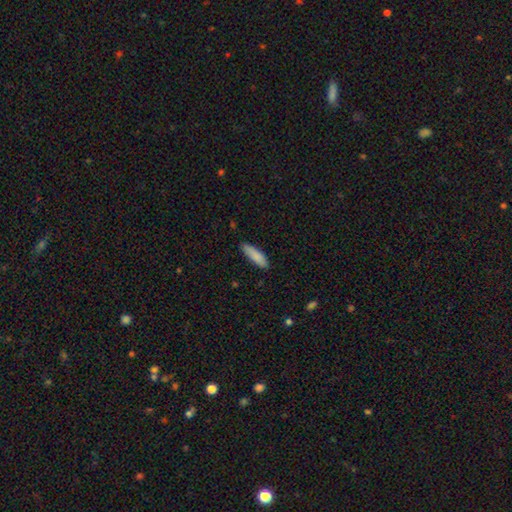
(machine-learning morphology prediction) A smooth galaxy with no disk features (85%) that is cigar-shaped (56%).

Vote fractions:
- Smooth or featured? smooth: 85% / featured or disk: 9% / star or artifact: 6%
- How rounded? cigar-shaped: 56% / in between: 42% / round: 2%
- Merging? none: 81% / minor disturbance: 15% / major disturbance: 2% / merger: 1%